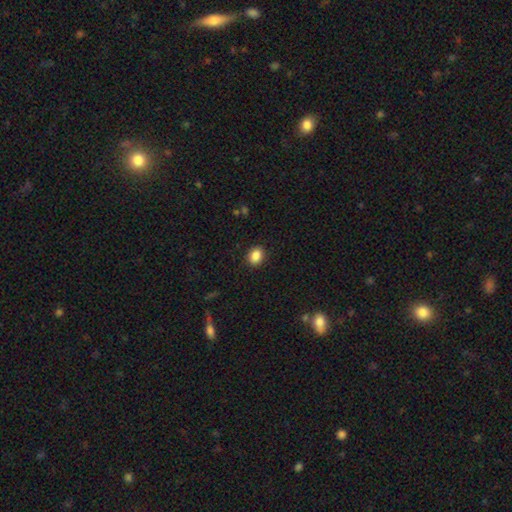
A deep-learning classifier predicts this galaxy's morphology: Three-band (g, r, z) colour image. It shows a smooth galaxy with no disk features (87%) that is in between round and cigar-shaped (60%). Merging: none (90%).